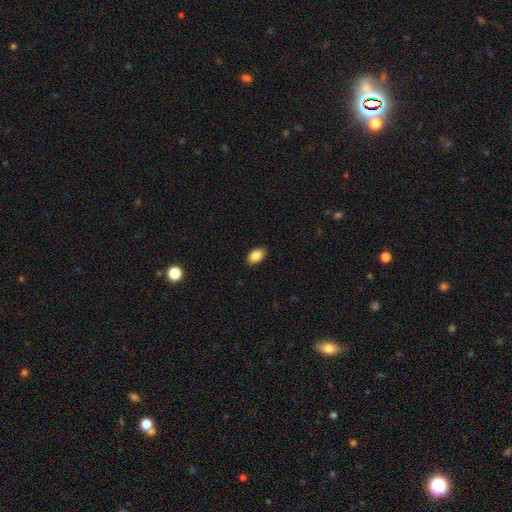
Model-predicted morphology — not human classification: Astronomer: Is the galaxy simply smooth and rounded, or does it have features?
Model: smooth — 88%.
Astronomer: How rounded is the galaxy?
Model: in between — 92%.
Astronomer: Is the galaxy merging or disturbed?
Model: none — 89%.